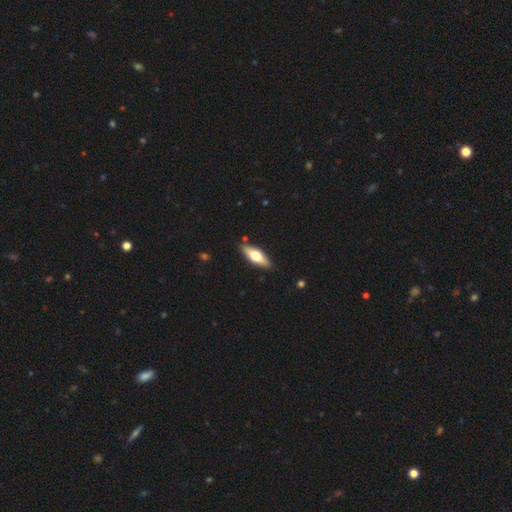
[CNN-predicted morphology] Smooth or featured? smooth (54%)
How rounded? in between (56%)
Merging? none (87%)